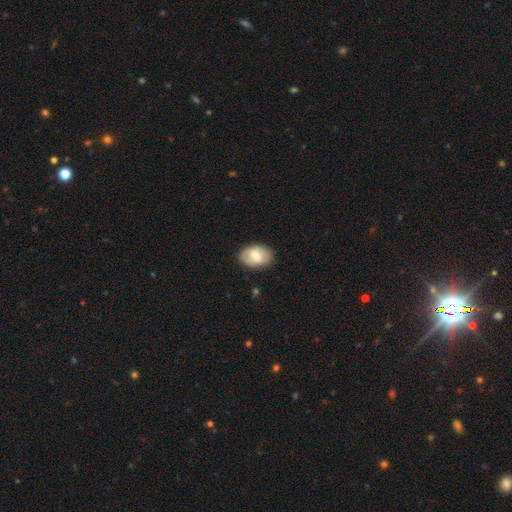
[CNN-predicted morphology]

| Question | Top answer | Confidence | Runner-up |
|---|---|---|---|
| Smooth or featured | smooth | 59% | featured or disk (34%) |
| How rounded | in between | 88% | round (11%) |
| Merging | none | 84% | minor disturbance (12%) |